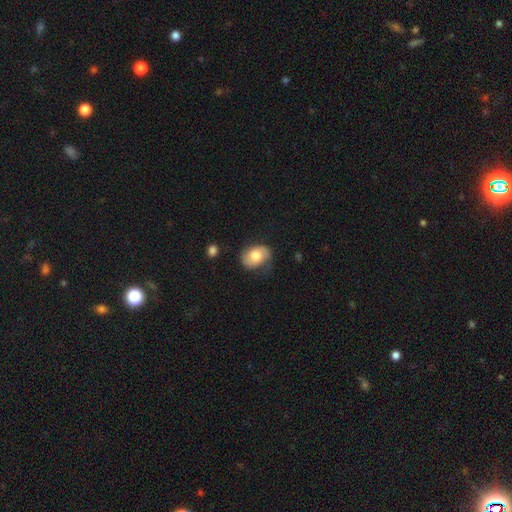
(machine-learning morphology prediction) This is possibly a smooth galaxy (53%). How rounded: likely in between (69%). Merging: likely none (61%).